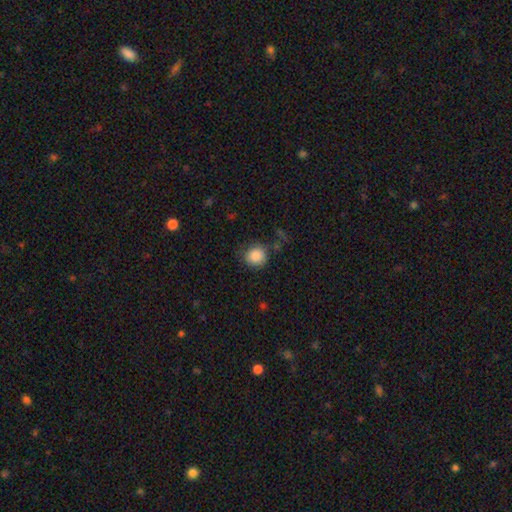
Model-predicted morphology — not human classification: smooth 88%, star or artifact 8%, featured or disk 4%. Down the decision tree: how rounded — round (88%); merging — none (76%).